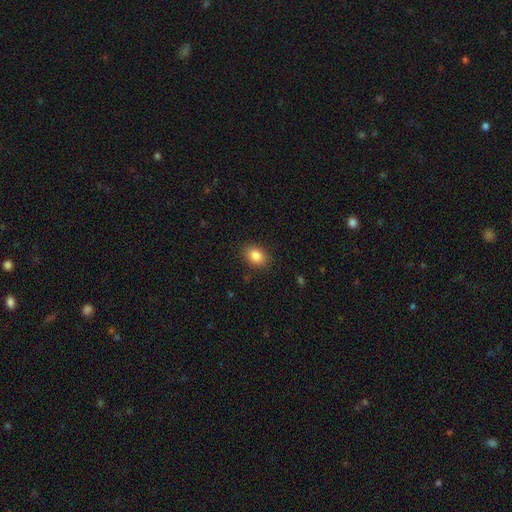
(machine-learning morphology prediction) A smooth galaxy with no disk features (85%) that is in between round and cigar-shaped (73%). Merging: none (87%).